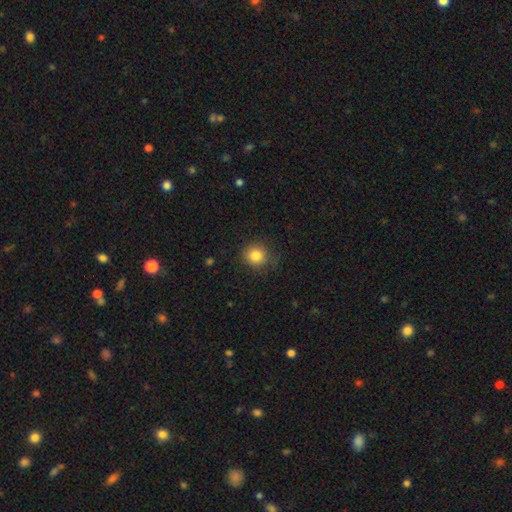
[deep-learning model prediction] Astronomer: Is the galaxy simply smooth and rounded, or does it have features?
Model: smooth — 84%.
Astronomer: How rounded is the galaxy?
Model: round — 89%.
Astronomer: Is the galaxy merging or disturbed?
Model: none — 83%.